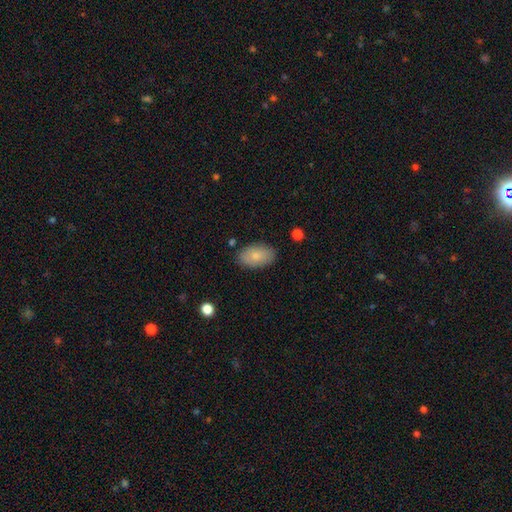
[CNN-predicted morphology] Smooth or featured: smooth — 80% (featured or disk — 14%)
How rounded: in between — 93% (round — 6%)
Merging: none — 84% (minor disturbance — 11%)